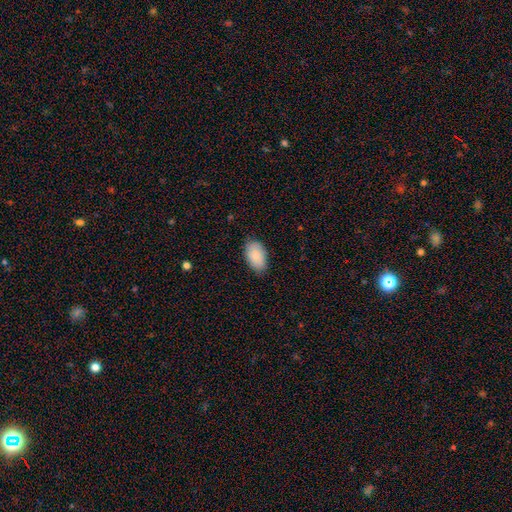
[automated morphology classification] Smooth or featured: smooth — 89% (star or artifact — 6%)
How rounded: in between — 94% (round — 5%)
Merging: none — 82% (minor disturbance — 14%)